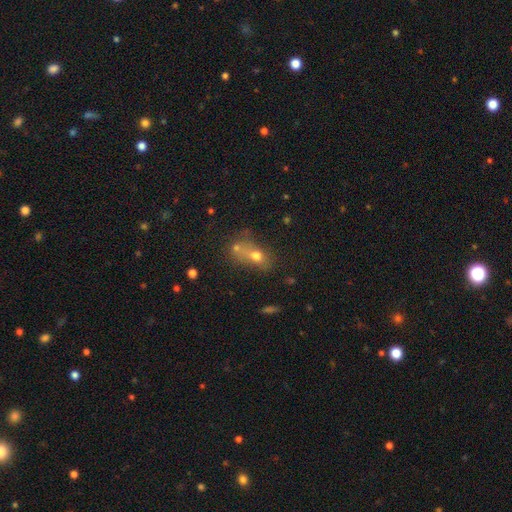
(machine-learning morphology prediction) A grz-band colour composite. It shows a smooth galaxy with no disk features (63%) that is in between round and cigar-shaped (59%). Merging: merger (37%).